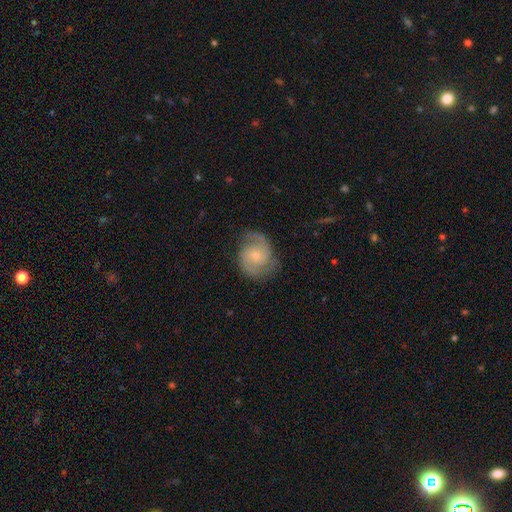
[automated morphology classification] smooth_or_featured: featured or disk (p=0.80) [alt: smooth p=0.14]
disk_edge_on: no (p=0.98) [alt: yes p=0.02]
bar: no (p=0.66) [alt: weak p=0.29]
has_spiral_arms: yes (p=0.96) [alt: no p=0.04]
spiral_winding: medium (p=0.50) [alt: tight p=0.34]
spiral_arm_count: 2 (p=0.86) [alt: can't tell p=0.06]
bulge_size: small (p=0.64) [alt: moderate p=0.31]
merging: none (p=0.77) [alt: minor disturbance p=0.16]